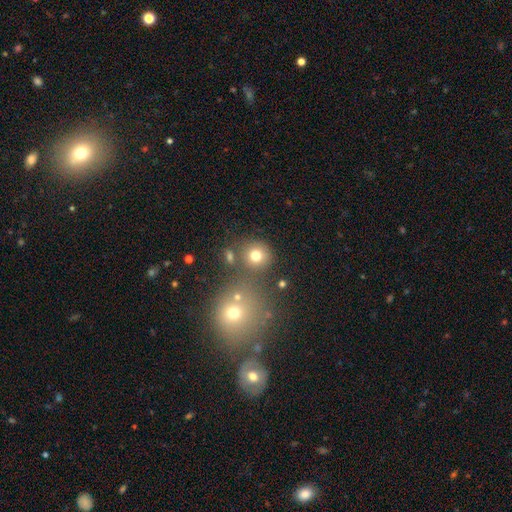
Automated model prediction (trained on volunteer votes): Smooth or featured? smooth (75%)
How rounded? round (88%)
Merging? none (73%)